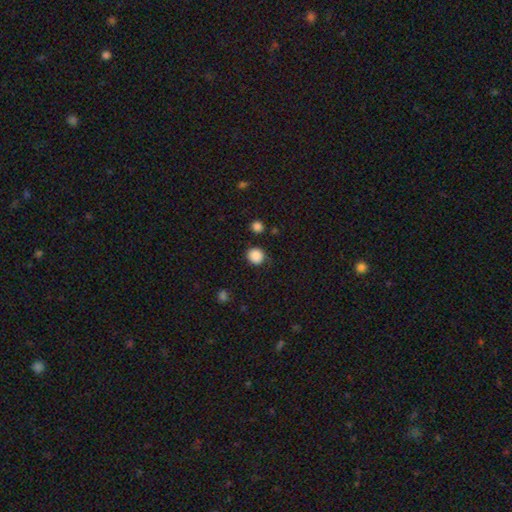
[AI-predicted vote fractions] A smooth galaxy with no disk features (87%) that is round (87%).

Vote fractions:
- Smooth or featured? smooth: 87% / star or artifact: 10% / featured or disk: 3%
- How rounded? round: 87% / in between: 12% / cigar-shaped: 1%
- Merging? none: 82% / minor disturbance: 12% / major disturbance: 3% / merger: 3%